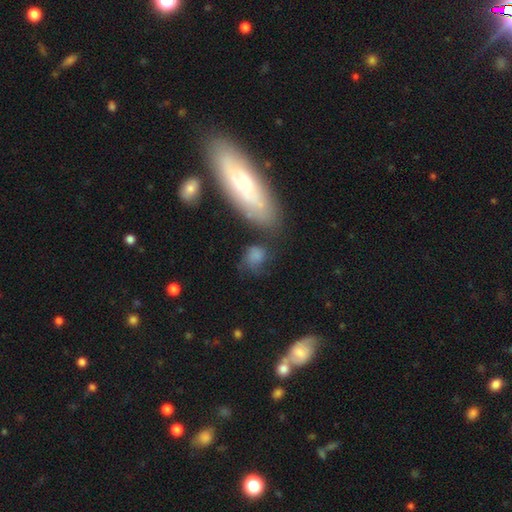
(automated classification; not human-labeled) Smooth or featured? smooth (63%)
How rounded? round (53%)
Merging? none (43%)